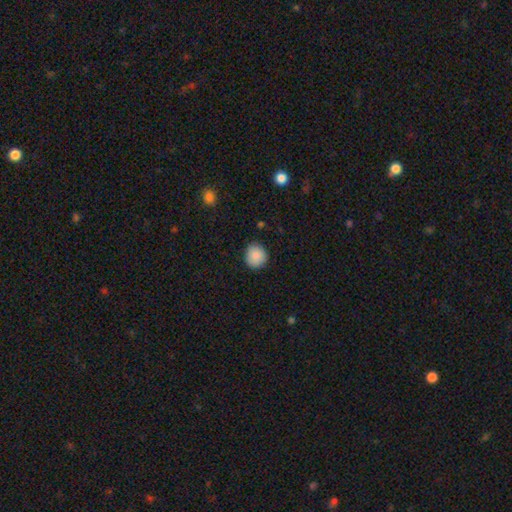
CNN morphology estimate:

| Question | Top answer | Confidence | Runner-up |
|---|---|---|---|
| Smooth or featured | smooth | 88% | star or artifact (8%) |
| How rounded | round | 87% | in between (12%) |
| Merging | none | 86% | minor disturbance (11%) |